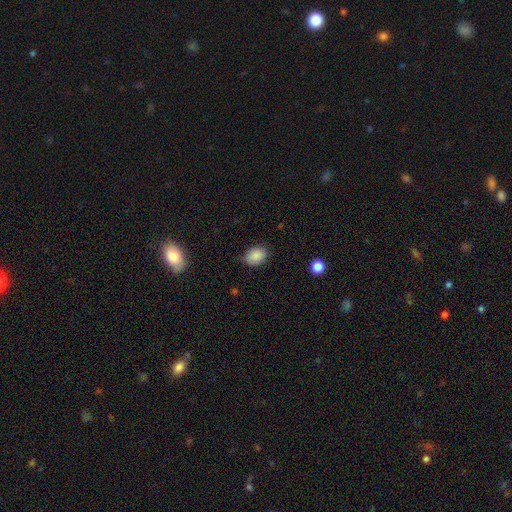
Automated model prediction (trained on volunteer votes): Overall: smooth (88%). How rounded: in between (71%). Merging: none (78%).